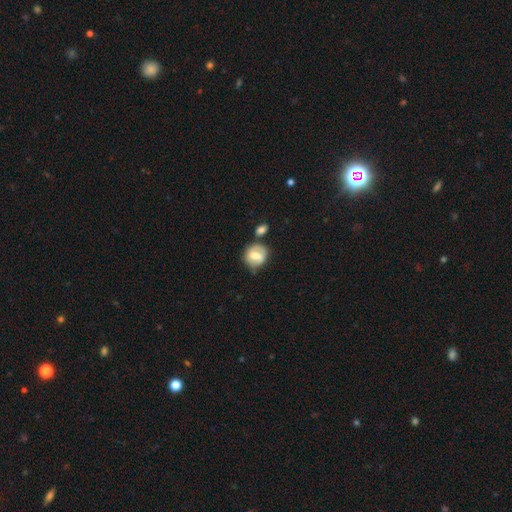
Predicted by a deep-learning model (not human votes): The model was most divided on "smooth or featured": smooth: 52%, featured or disk: 40%, star or artifact: 8%. More confident: how rounded — round (71%); merging — none (58%).